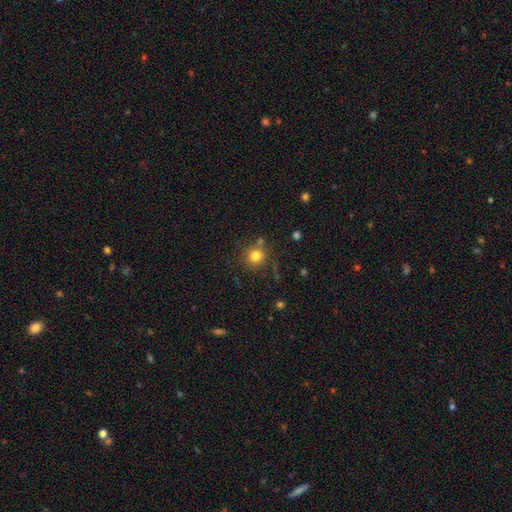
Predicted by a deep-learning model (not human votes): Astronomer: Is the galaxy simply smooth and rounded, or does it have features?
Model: smooth — 79%.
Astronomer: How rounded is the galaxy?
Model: round — 92%.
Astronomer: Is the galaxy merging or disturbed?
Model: none — 76%.